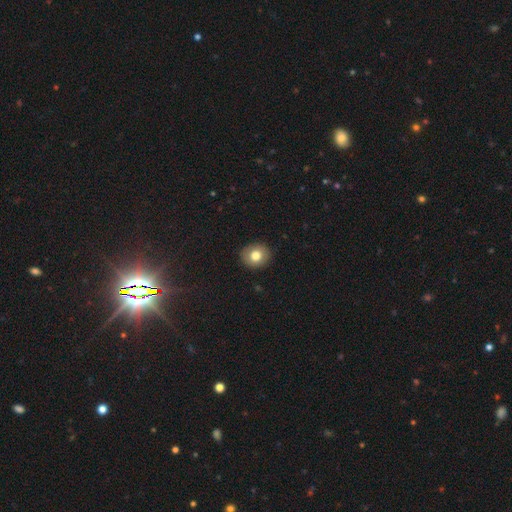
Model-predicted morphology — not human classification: smooth-or-featured: smooth: 78% | featured or disk: 13% | star or artifact: 9%
  how-rounded: round: 77% | in between: 22% | cigar-shaped: 1%
  merging: none: 90% | minor disturbance: 7% | major disturbance: 2% | merger: 1%